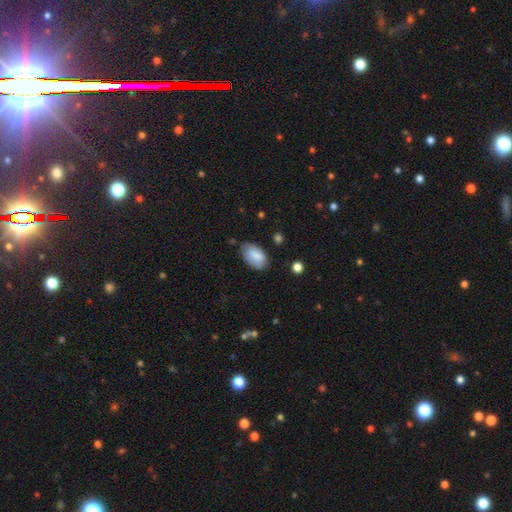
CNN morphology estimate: smooth 83%, featured or disk 11%, star or artifact 6%. Down the decision tree: how rounded — in between (94%); merging — none (69%).